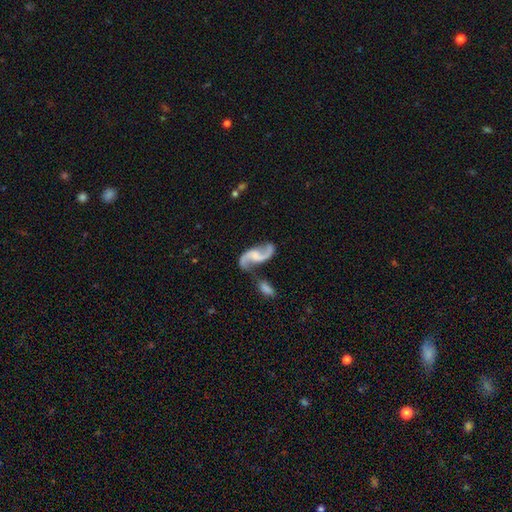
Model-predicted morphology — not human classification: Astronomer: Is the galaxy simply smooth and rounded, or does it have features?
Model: featured or disk — 89%.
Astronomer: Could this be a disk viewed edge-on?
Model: no — 97%.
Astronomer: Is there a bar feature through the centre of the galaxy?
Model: no — 49% (runner-up: weak, 40%).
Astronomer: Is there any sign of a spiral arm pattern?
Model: yes — 96%.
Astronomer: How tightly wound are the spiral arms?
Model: loose — 77%.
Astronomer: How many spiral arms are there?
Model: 2 — 94%.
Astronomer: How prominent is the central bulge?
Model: none — 50%.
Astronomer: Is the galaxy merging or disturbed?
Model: none — 54%.